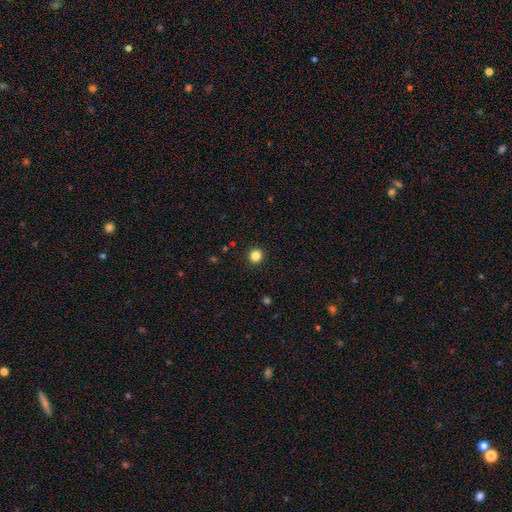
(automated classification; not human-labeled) A smooth galaxy with no disk features (85%) that is round (91%). Merging: none (93%).